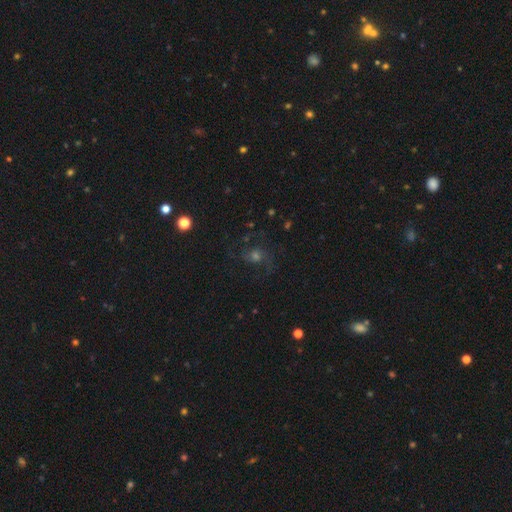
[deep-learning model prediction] A featured or disk galaxy (58%) with no bar (69%), 2 (74%) medium (49%) spiral arms (89%) and a moderate central bulge (49%).

Vote fractions:
- Smooth or featured? featured or disk: 58% / star or artifact: 22% / smooth: 20%
- Edge-on disk? no: 97% / yes: 3%
- Bar? no: 69% / weak: 26% / strong: 5%
- Spiral arms? yes: 89% / no: 11%
- Spiral winding? medium: 49% / loose: 36% / tight: 15%
- Spiral arm count? 2: 74% / can't tell: 11% / 3: 6% / 1: 5% / 4: 2% / more than 4: 2%
- Bulge size? moderate: 49% / small: 28% / large: 13% / none: 6% / dominant: 3%
- Merging? none: 71% / minor disturbance: 14% / major disturbance: 13% / merger: 2%